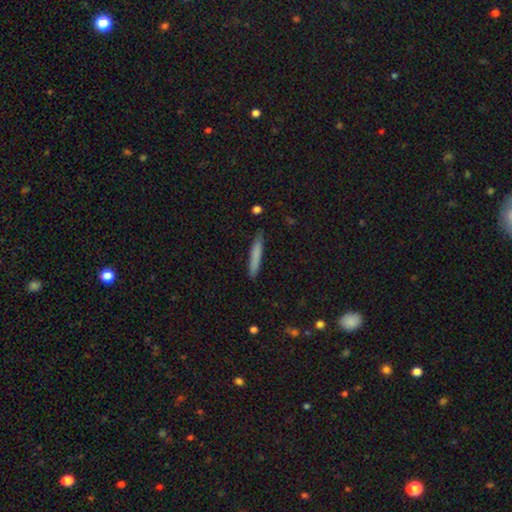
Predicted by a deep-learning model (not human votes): Smooth or featured?
  - smooth: 76% *
  - featured or disk: 18%
  - star or artifact: 6%
How rounded?
  - cigar-shaped: 95% *
  - in between: 4%
  - round: 1%
Merging?
  - none: 87% *
  - minor disturbance: 10%
  - major disturbance: 2%
  - merger: 1%